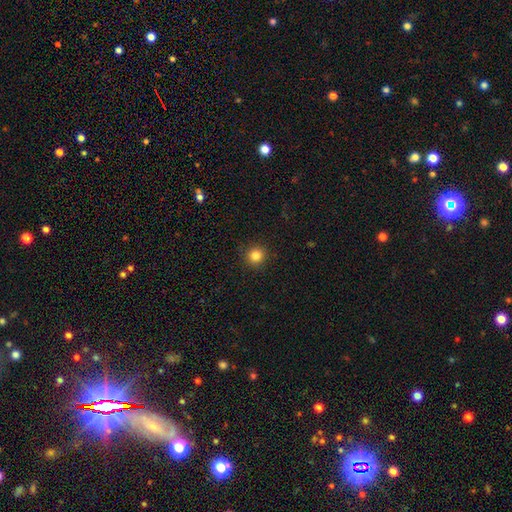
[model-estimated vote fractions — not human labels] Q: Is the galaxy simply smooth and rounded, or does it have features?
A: smooth — 84%.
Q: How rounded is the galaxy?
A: round — 94%.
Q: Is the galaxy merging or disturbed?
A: none — 92%.